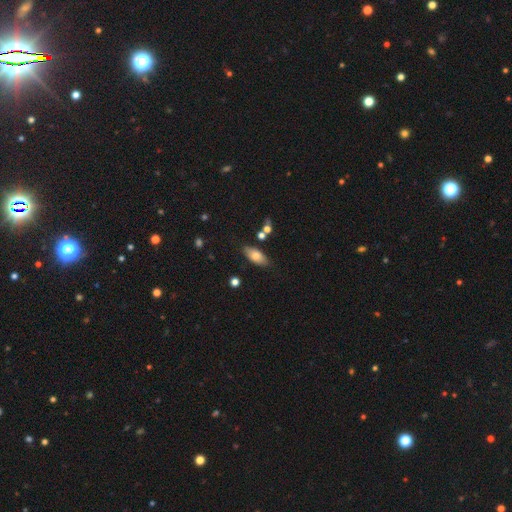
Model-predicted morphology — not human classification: Smooth or featured? Predicted: smooth (p=0.72). How rounded? Predicted: in between (p=0.84). Merging? Predicted: none (p=0.80).